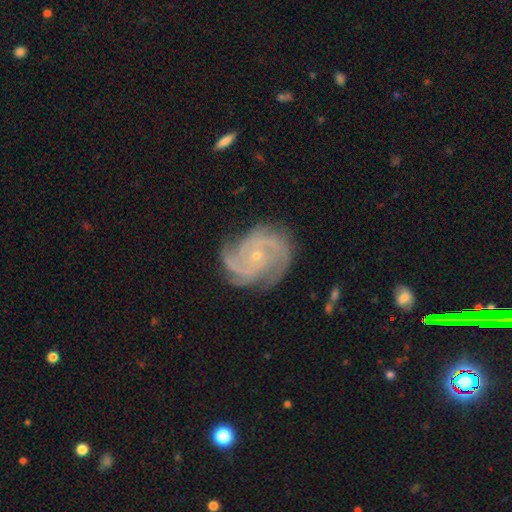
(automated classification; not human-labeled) The model was most divided on "spiral winding": tight: 53%, medium: 41%, loose: 6%. Remaining: spiral arms — yes (98%); edge-on disk — no (98%); smooth or featured — featured or disk (90%); bulge size — small (79%); merging — none (76%); bar — no (75%); spiral arm count — 3 (49%).